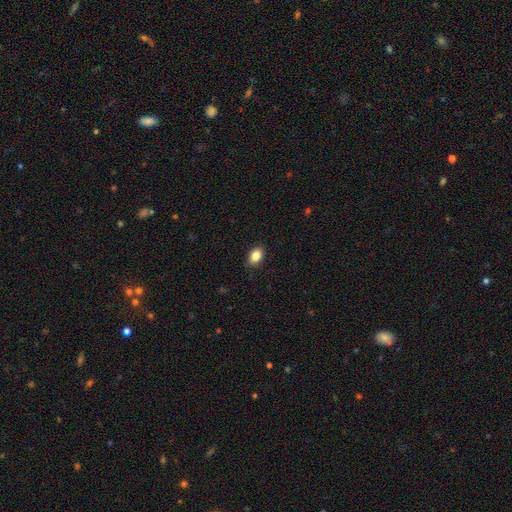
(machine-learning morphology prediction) Smooth or featured?
  - smooth: 86% *
  - star or artifact: 8%
  - featured or disk: 6%
How rounded?
  - in between: 84% *
  - round: 15%
  - cigar-shaped: 1%
Merging?
  - none: 88% *
  - minor disturbance: 9%
  - major disturbance: 2%
  - merger: 1%